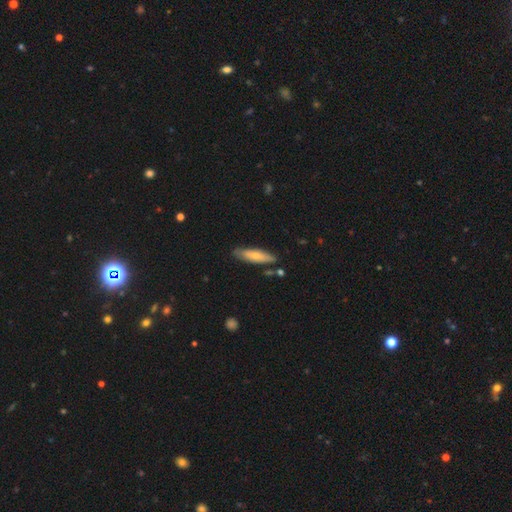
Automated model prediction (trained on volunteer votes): A smooth galaxy with no disk features (67%) that is cigar-shaped (65%).

Vote fractions:
- Smooth or featured? smooth: 67% / featured or disk: 27% / star or artifact: 5%
- How rounded? cigar-shaped: 65% / in between: 34% / round: 2%
- Merging? none: 80% / minor disturbance: 14% / merger: 3% / major disturbance: 2%